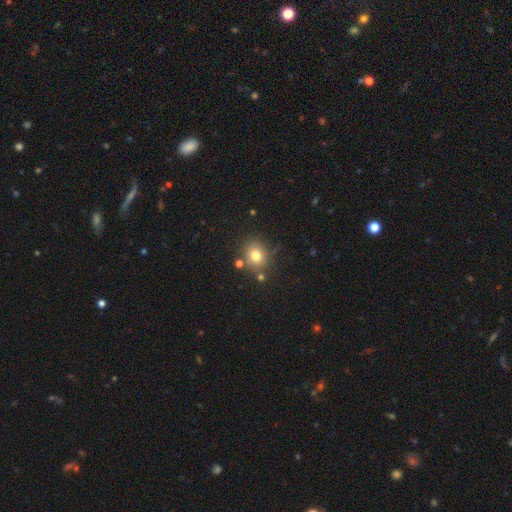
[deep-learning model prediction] smooth 76%, star or artifact 14%, featured or disk 10%. Down the decision tree: how rounded — round (71%); merging — none (75%).